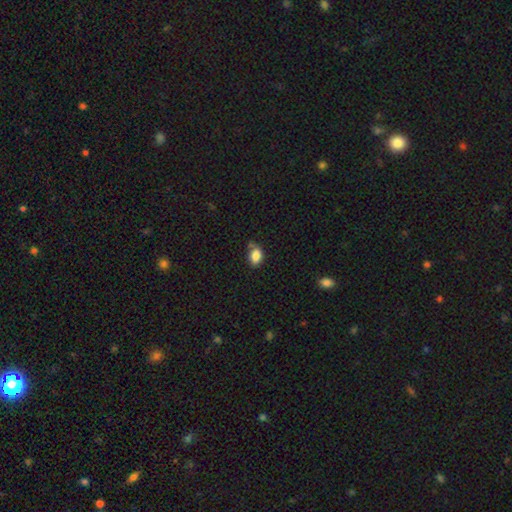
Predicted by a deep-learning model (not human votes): This appears to be a smooth galaxy with no disk features (85%) that is in between round and cigar-shaped (82%). Merging: none (60%).